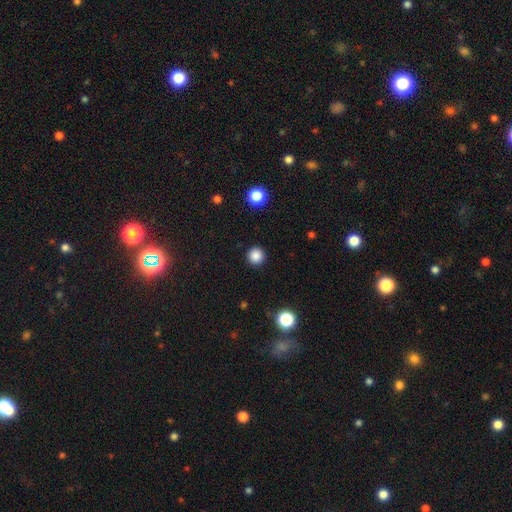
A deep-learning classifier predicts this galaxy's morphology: Q: Smooth or featured?
A: smooth (85%); runner-up: star or artifact (12%)
Q: How rounded?
A: round (96%); runner-up: in between (3%)
Q: Merging?
A: none (93%); runner-up: minor disturbance (5%)